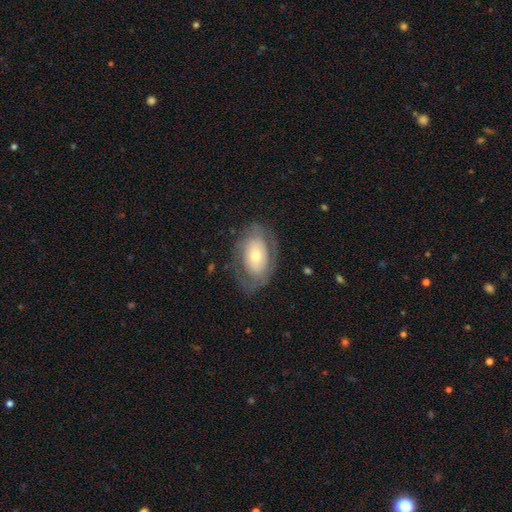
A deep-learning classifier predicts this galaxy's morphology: smooth_or_featured: featured or disk (p=0.50) [alt: smooth p=0.43]
disk_edge_on: no (p=0.92) [alt: yes p=0.08]
merging: none (p=0.68) [alt: minor disturbance p=0.19]